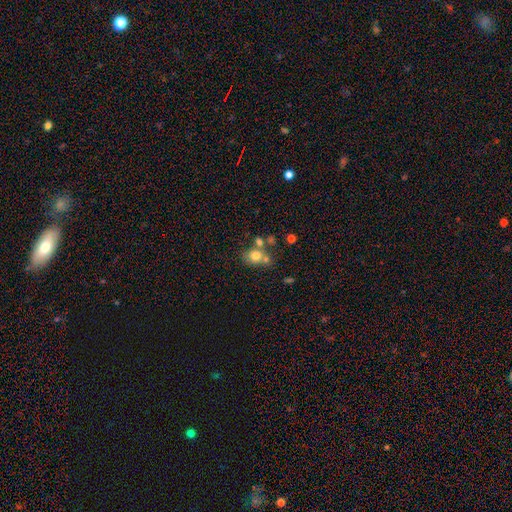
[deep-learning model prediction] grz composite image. It shows a smooth galaxy with no disk features (74%) that is round (63%). Merging: none (48%).